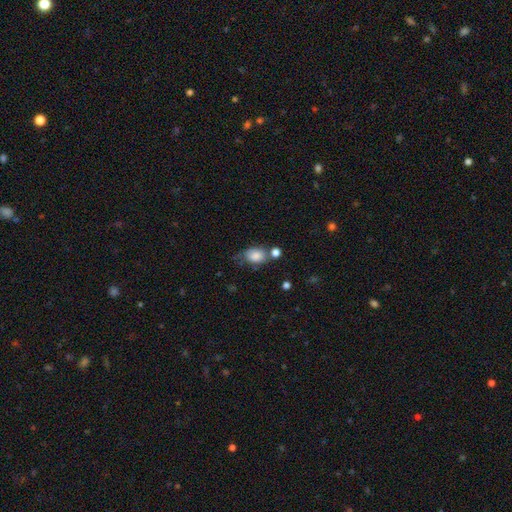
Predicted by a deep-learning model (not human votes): Smooth or featured: smooth — 83% (star or artifact — 9%)
How rounded: in between — 69% (round — 30%)
Merging: none — 47% (minor disturbance — 26%)